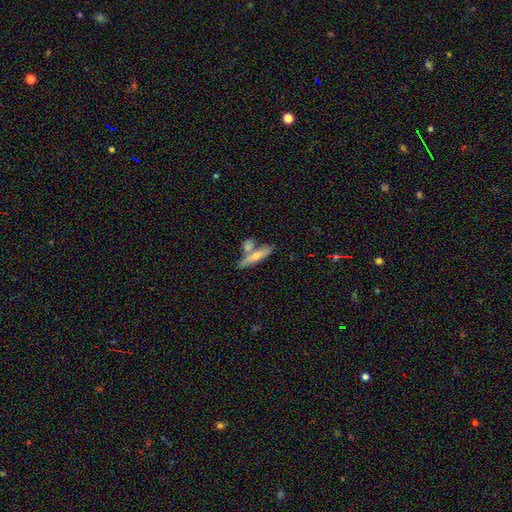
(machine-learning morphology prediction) smooth-or-featured: smooth: 63% | featured or disk: 30% | star or artifact: 7%
  how-rounded: cigar-shaped: 74% | in between: 22% | round: 3%
  merging: none: 53% | merger: 33% | minor disturbance: 11% | major disturbance: 4%